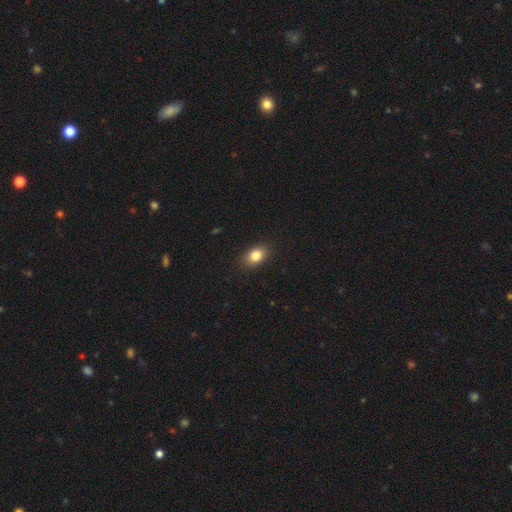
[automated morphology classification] The model was most divided on "how rounded": in between: 80%, round: 18%, cigar-shaped: 2%. More confident: merging — none (88%); smooth or featured — smooth (84%).